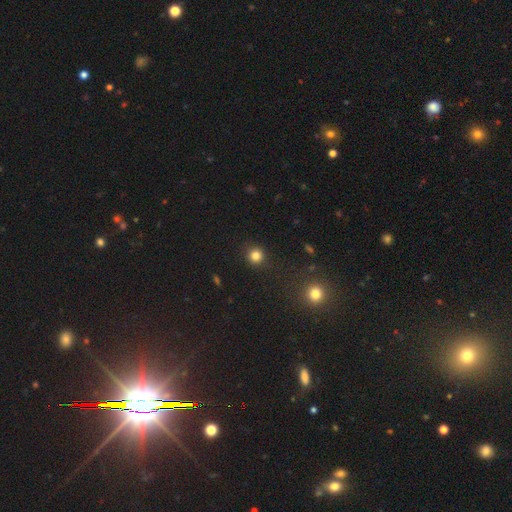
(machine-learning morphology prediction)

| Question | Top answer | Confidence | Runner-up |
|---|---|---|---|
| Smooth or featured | smooth | 82% | star or artifact (14%) |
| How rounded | round | 93% | in between (6%) |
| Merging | none | 90% | minor disturbance (6%) |